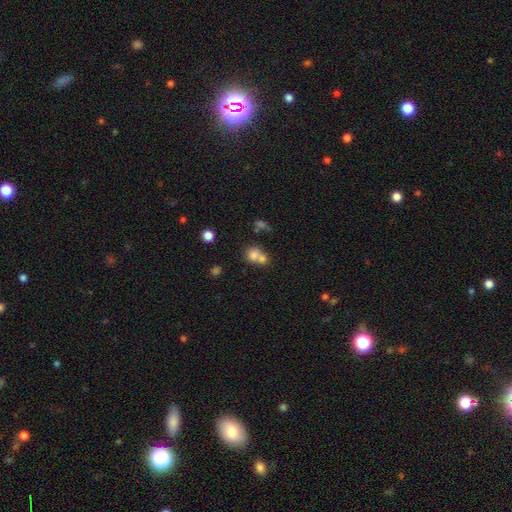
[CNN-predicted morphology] Q: Smooth or featured?
A: smooth (73%); runner-up: featured or disk (15%)
Q: How rounded?
A: round (74%); runner-up: in between (25%)
Q: Merging?
A: merger (60%); runner-up: none (30%)